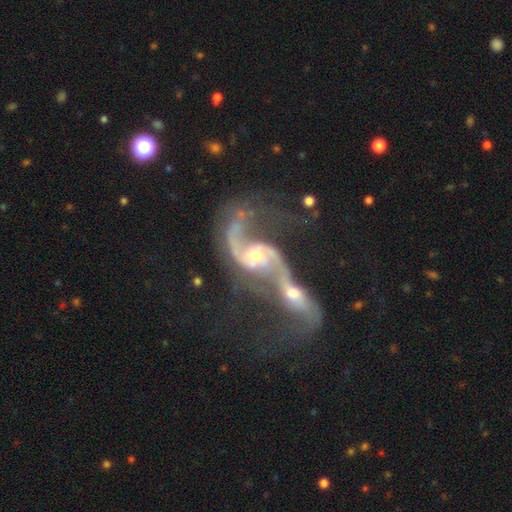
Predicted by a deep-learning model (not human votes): A featured or disk galaxy (88%) with no bar (48%), 2 (86%) loose (66%) spiral arms (95%) and a moderate central bulge (49%).

Vote fractions:
- Smooth or featured? featured or disk: 88% / star or artifact: 6% / smooth: 6%
- Edge-on disk? no: 96% / yes: 4%
- Bar? no: 48% / weak: 39% / strong: 13%
- Spiral arms? yes: 95% / no: 5%
- Spiral winding? loose: 66% / medium: 27% / tight: 7%
- Spiral arm count? 2: 86% / 1: 5% / can't tell: 5% / 3: 2% / 4: 1% / more than 4: 1%
- Bulge size? moderate: 49% / small: 41% / large: 5% / none: 4% / dominant: 1%
- Merging? merger: 73% / none: 11% / major disturbance: 10% / minor disturbance: 6%